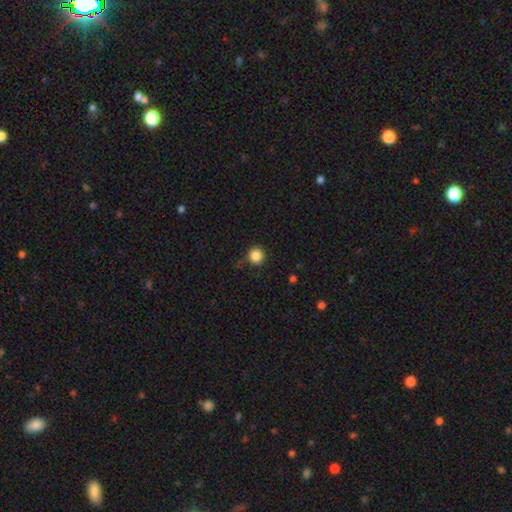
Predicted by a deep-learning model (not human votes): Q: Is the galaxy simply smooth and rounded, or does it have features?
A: smooth — 86%.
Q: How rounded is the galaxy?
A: round — 93%.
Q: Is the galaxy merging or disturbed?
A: none — 84%.